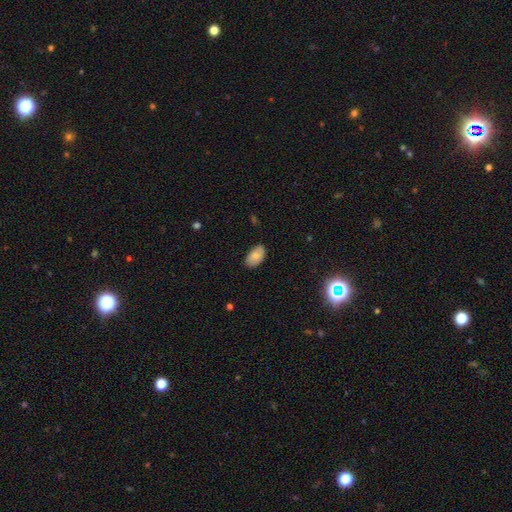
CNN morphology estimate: A smooth galaxy with no disk features (81%) that is in between round and cigar-shaped (94%). Merging: none (78%).